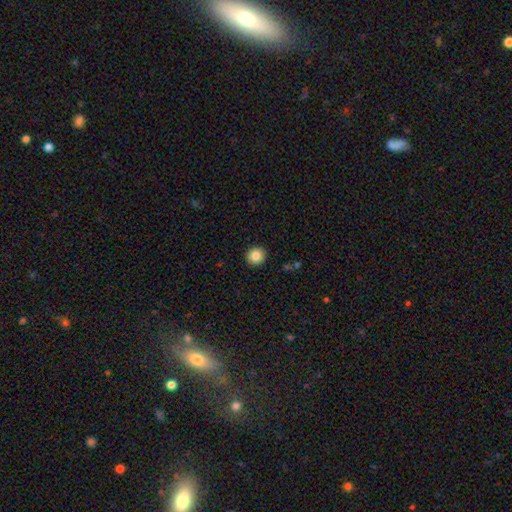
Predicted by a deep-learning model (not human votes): Smooth or featured?
  - smooth: 85% *
  - star or artifact: 9%
  - featured or disk: 6%
How rounded?
  - round: 93% *
  - in between: 6%
  - cigar-shaped: 1%
Merging?
  - none: 92% *
  - minor disturbance: 5%
  - major disturbance: 2%
  - merger: 1%